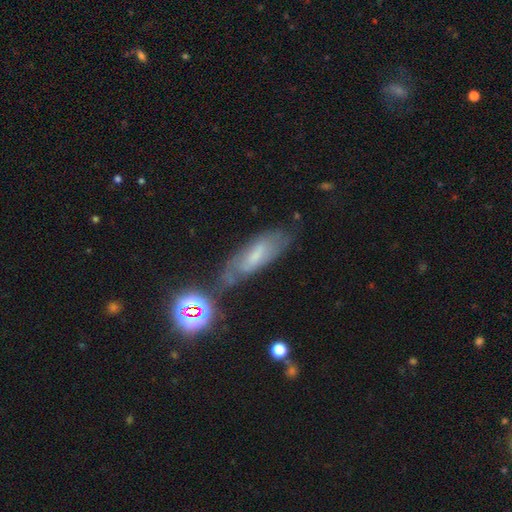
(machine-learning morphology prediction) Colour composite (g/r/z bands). It shows a featured or disk galaxy (44%). Merging: none (59%).